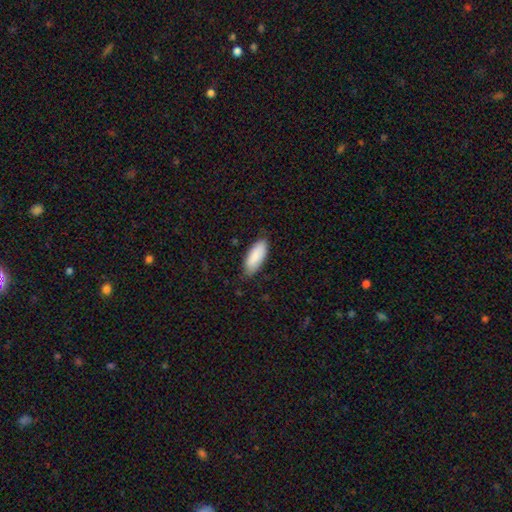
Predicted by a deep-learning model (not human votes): Overall: smooth (88%). How rounded: in between (79%). Merging: none (80%).